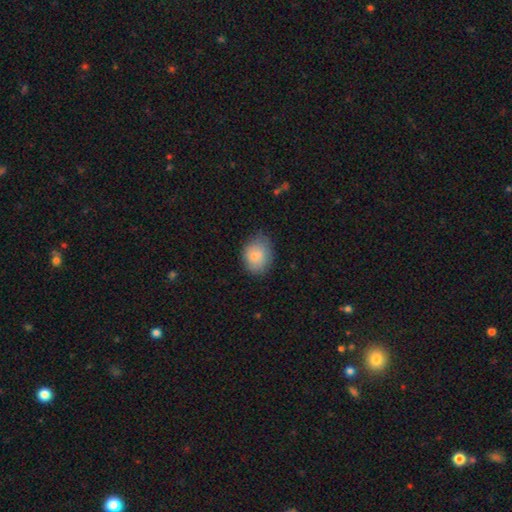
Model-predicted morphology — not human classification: The model was most divided on "how rounded": in between: 58%, round: 41%, cigar-shaped: 1%. More confident: smooth or featured — smooth (79%); merging — none (60%).